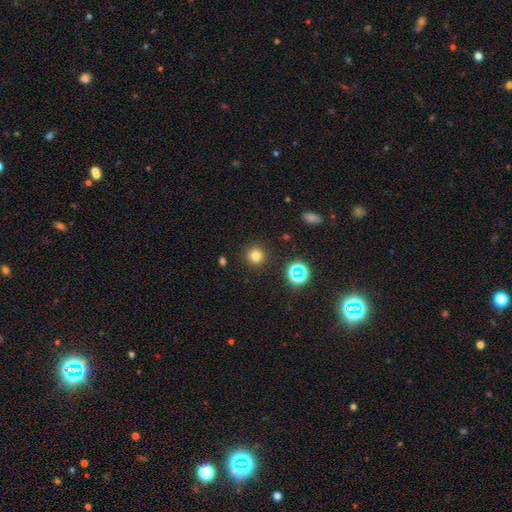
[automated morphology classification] type=smooth (76%); roundness=round (94%); merging=none (90%).